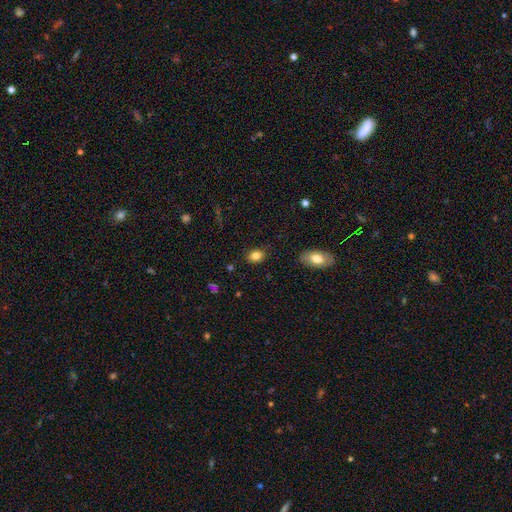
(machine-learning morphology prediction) This appears to be a smooth galaxy with no disk features (84%) that is in between round and cigar-shaped (70%). Merging: none (85%).